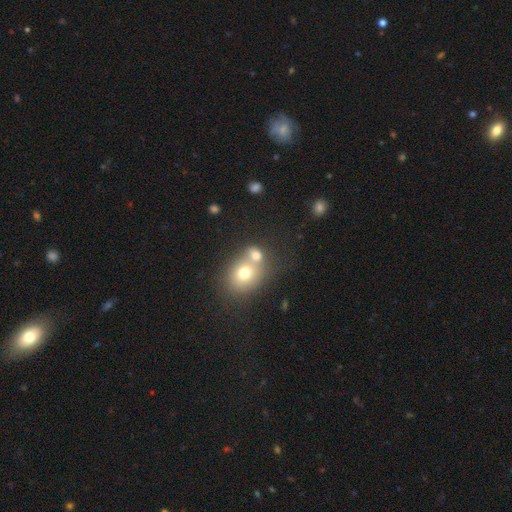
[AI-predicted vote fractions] Smooth or featured: smooth — 71% (featured or disk — 16%)
How rounded: round — 55% (in between — 44%)
Merging: merger — 54% (none — 34%)